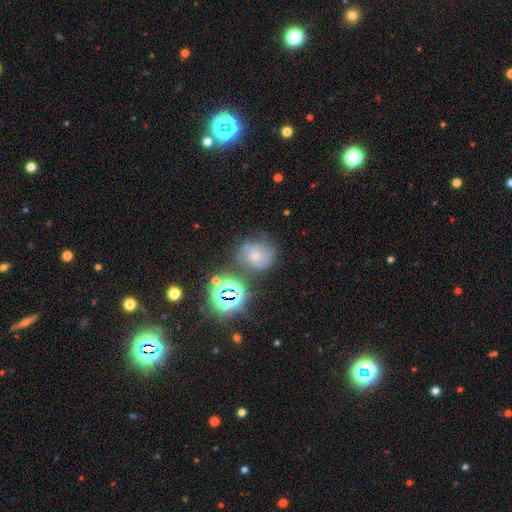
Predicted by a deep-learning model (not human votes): smooth_or_featured: smooth (p=0.43) [alt: featured or disk p=0.30]
merging: none (p=0.56) [alt: minor disturbance p=0.22]